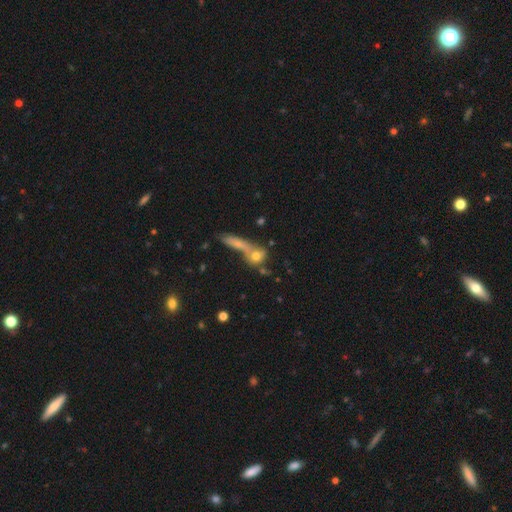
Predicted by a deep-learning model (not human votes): Overall: smooth (47%; featured or disk 33%). Merging: merger (46%; none 34%).